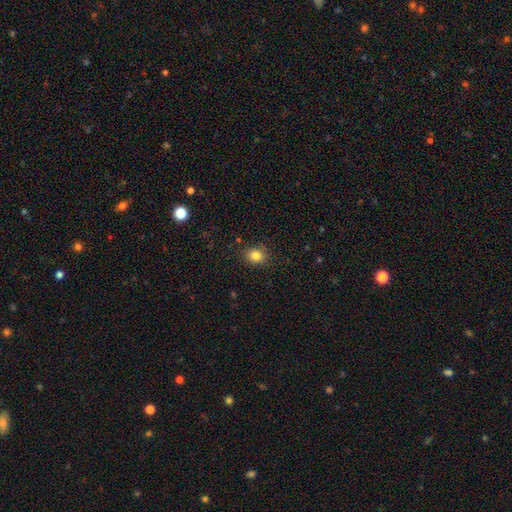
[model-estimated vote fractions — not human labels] This appears to be a smooth galaxy with no disk features (83%) that is round (59%). Merging: none (84%).